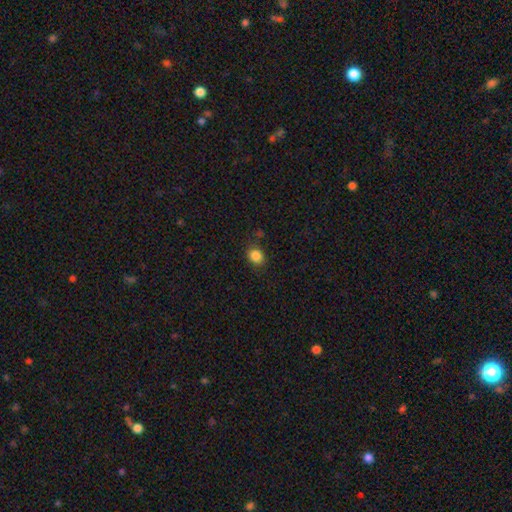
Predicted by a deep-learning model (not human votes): A smooth galaxy with no disk features (85%) that is round (59%).

Vote fractions:
- Smooth or featured? smooth: 85% / star or artifact: 10% / featured or disk: 4%
- How rounded? round: 59% / in between: 40% / cigar-shaped: 1%
- Merging? none: 81% / minor disturbance: 12% / major disturbance: 4% / merger: 3%